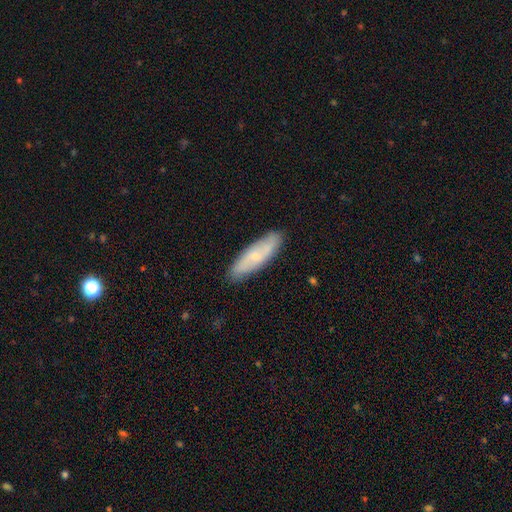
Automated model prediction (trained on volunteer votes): Smooth or featured?
  - smooth: 56% *
  - featured or disk: 38%
  - star or artifact: 7%
How rounded?
  - cigar-shaped: 56% *
  - in between: 42%
  - round: 2%
Merging?
  - none: 86% *
  - minor disturbance: 10%
  - major disturbance: 2%
  - merger: 1%